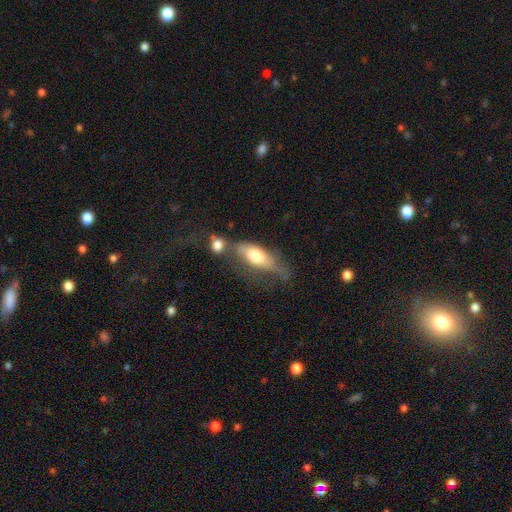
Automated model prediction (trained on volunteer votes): smooth 63%, featured or disk 30%, star or artifact 7%. Down the decision tree: how rounded — in between (77%); merging — merger (32%).